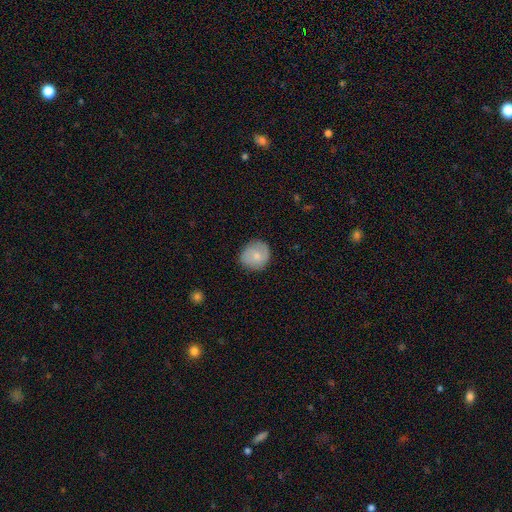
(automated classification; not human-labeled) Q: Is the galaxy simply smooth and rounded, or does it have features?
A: smooth — 71%.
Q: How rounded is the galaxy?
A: round — 83%.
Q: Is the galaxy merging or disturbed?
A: none — 80%.